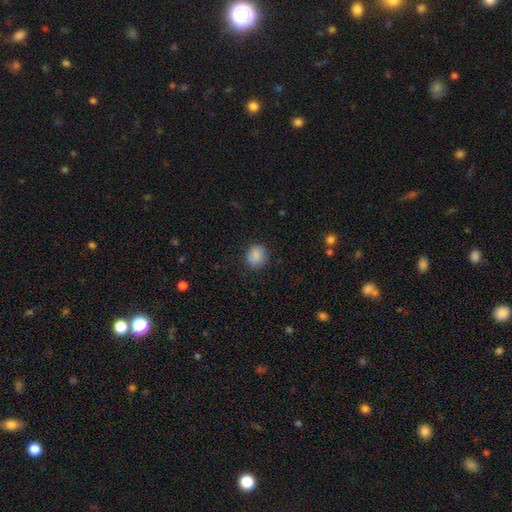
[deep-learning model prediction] Smooth or featured? Predicted: smooth (p=0.87). How rounded? Predicted: round (p=0.77). Merging? Predicted: none (p=0.82).